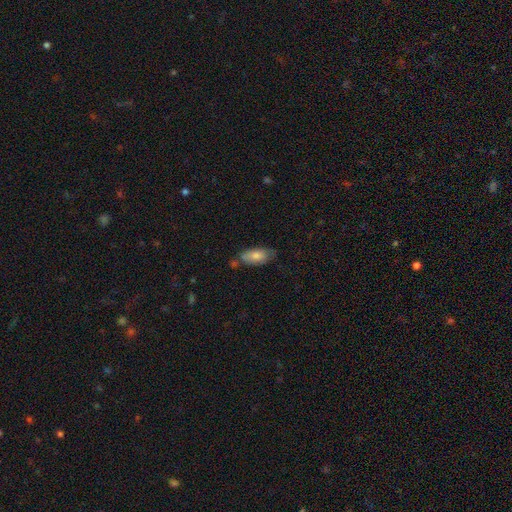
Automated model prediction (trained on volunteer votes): This is likely a smooth galaxy (77%). How rounded: clearly in between (85%). Merging: likely none (65%).